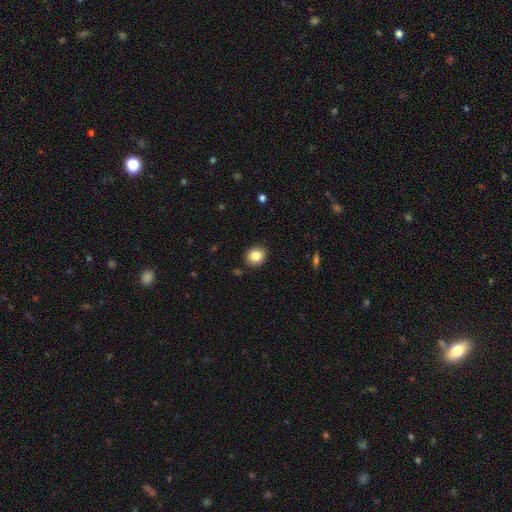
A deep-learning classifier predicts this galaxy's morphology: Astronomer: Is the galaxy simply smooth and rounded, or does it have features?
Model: smooth — 83%.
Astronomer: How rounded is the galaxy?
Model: round — 74%.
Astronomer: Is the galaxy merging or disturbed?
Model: none — 90%.